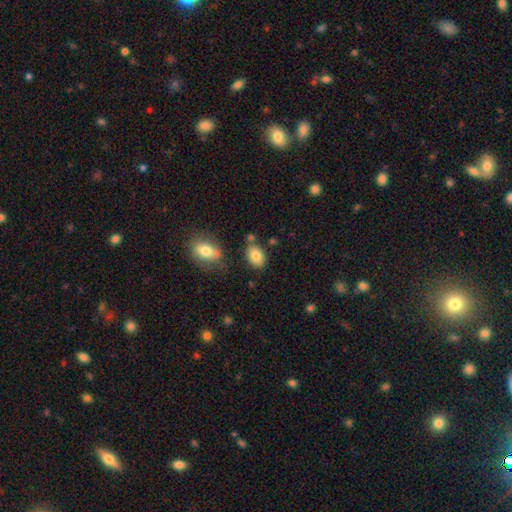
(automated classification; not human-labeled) This appears to be a smooth galaxy with no disk features (83%) that is in between round and cigar-shaped (80%). Merging: none (74%).